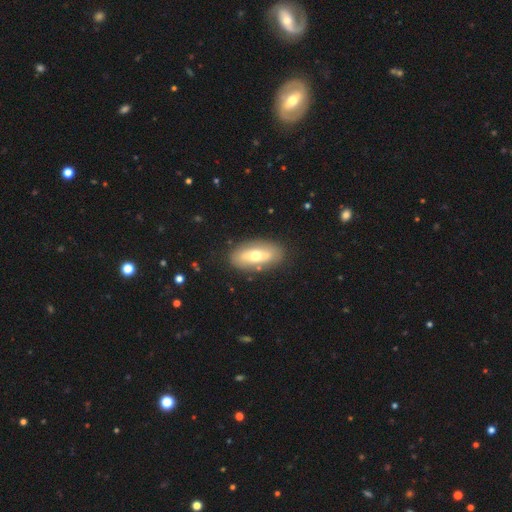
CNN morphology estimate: The model was most divided on "smooth or featured": smooth: 53%, featured or disk: 41%, star or artifact: 6%. More confident: how rounded — in between (86%); merging — none (84%).